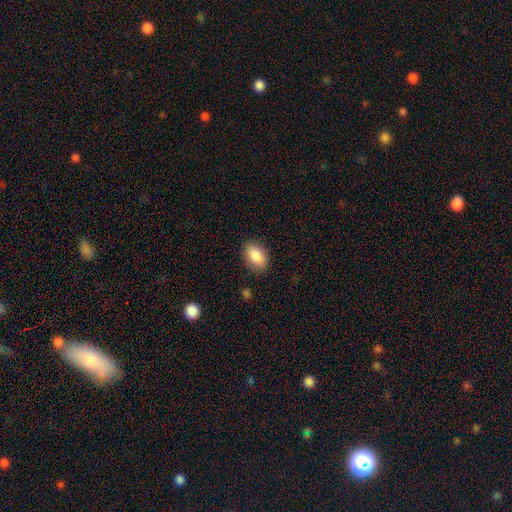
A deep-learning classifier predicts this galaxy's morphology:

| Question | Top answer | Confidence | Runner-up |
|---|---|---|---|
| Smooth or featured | smooth | 88% | star or artifact (7%) |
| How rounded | in between | 88% | round (11%) |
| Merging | none | 85% | minor disturbance (11%) |